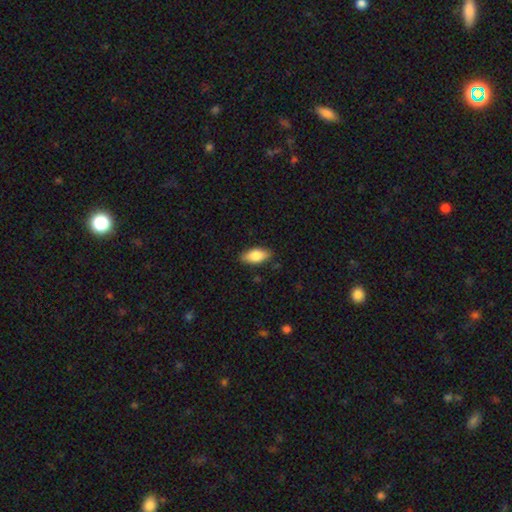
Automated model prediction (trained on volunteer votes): smooth-or-featured: smooth: 80% | featured or disk: 13% | star or artifact: 6%
  how-rounded: in between: 88% | cigar-shaped: 9% | round: 3%
  merging: none: 85% | minor disturbance: 11% | major disturbance: 2% | merger: 1%